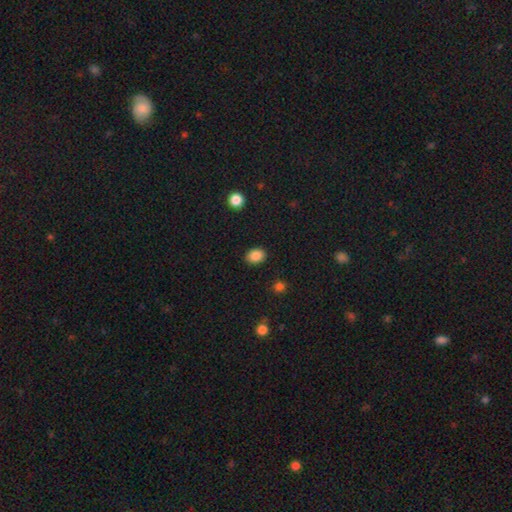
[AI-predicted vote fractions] Smooth or featured?
  - smooth: 87% *
  - star or artifact: 9%
  - featured or disk: 4%
How rounded?
  - in between: 67% *
  - round: 33%
  - cigar-shaped: 1%
Merging?
  - none: 89% *
  - minor disturbance: 8%
  - major disturbance: 2%
  - merger: 1%